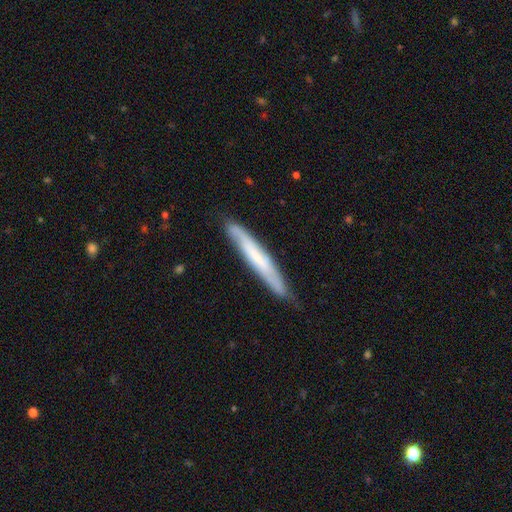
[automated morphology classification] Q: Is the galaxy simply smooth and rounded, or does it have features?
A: featured or disk — 51%.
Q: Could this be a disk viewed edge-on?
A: yes — 75%.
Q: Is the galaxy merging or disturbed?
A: none — 78%.